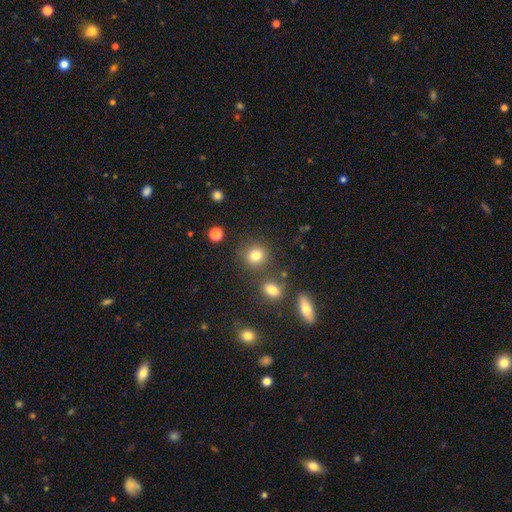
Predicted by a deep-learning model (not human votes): A smooth galaxy with no disk features (80%) that is round (85%). Merging: none (79%).